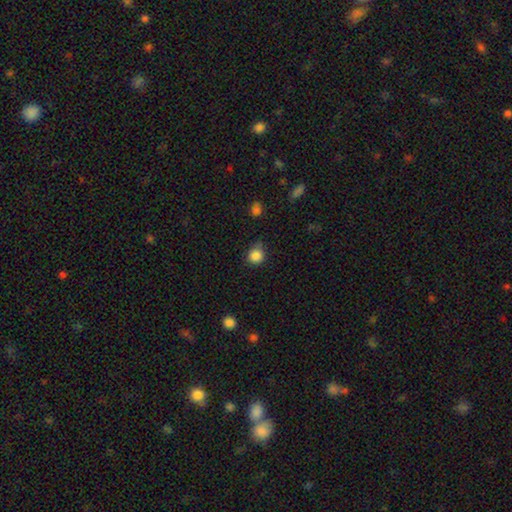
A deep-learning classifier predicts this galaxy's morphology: Q: Smooth or featured?
A: smooth (85%); runner-up: star or artifact (11%)
Q: How rounded?
A: round (86%); runner-up: in between (13%)
Q: Merging?
A: none (70%); runner-up: minor disturbance (23%)